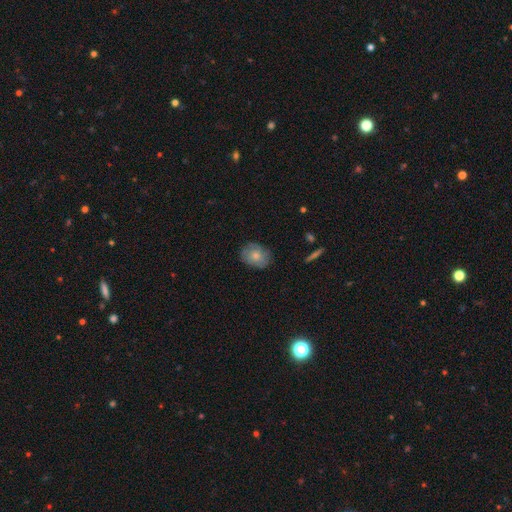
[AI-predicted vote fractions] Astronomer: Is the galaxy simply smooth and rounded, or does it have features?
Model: smooth — 67%.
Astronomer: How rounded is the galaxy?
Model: in between — 58% (runner-up: round, 41%).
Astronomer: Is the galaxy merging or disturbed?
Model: none — 78%.